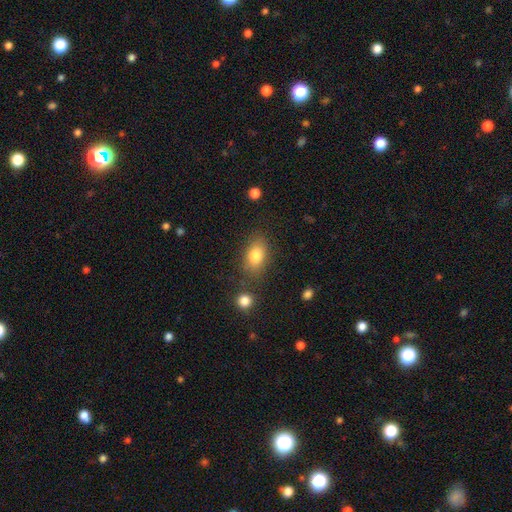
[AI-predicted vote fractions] Smooth or featured: smooth — 81% (featured or disk — 10%)
How rounded: in between — 83% (round — 14%)
Merging: none — 78% (minor disturbance — 13%)